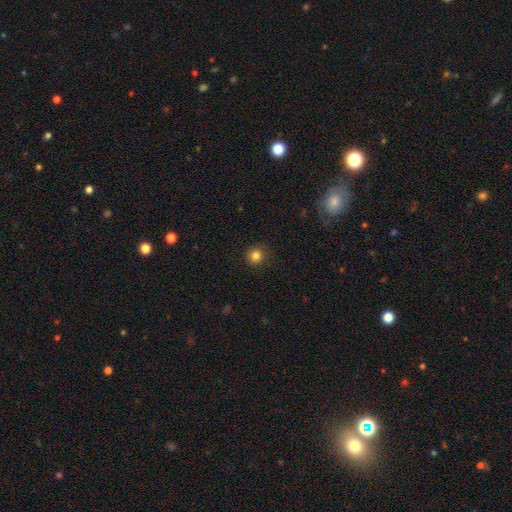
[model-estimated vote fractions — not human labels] Overall: smooth (83%). How rounded: round (93%). Merging: none (88%).